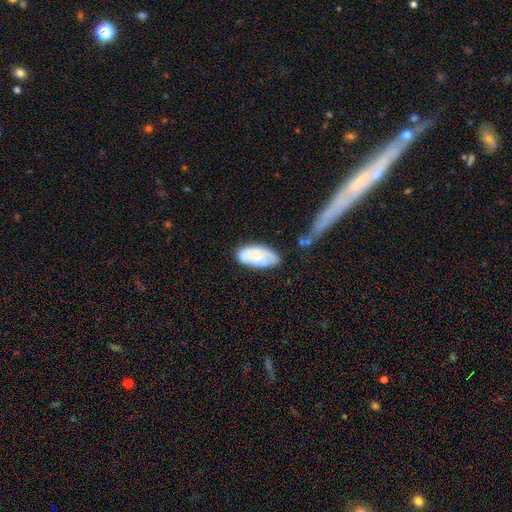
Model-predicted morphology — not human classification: Q: Smooth or featured?
A: smooth (61%); runner-up: featured or disk (32%)
Q: How rounded?
A: in between (92%); runner-up: cigar-shaped (6%)
Q: Merging?
A: none (63%); runner-up: minor disturbance (24%)